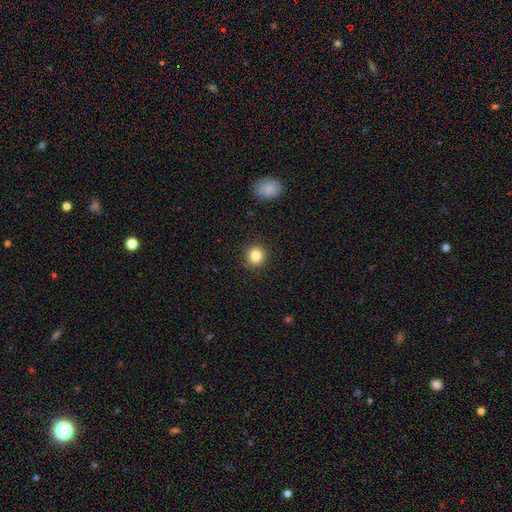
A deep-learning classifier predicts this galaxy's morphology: This is clearly a smooth galaxy (83%). How rounded: clearly round (90%). Merging: clearly none (91%).